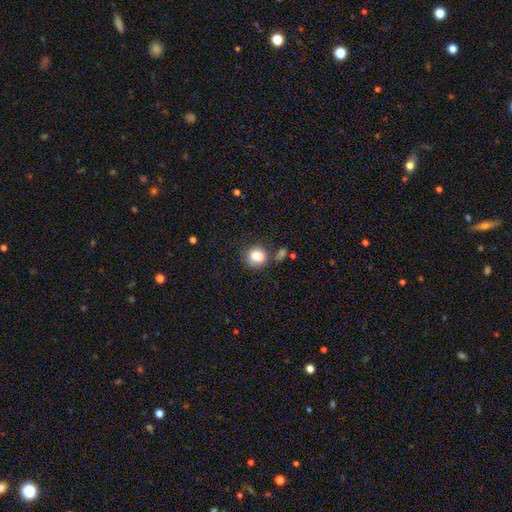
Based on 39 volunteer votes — Morphology: type=smooth (87%); roundness=round (71%); merging=none (51%).